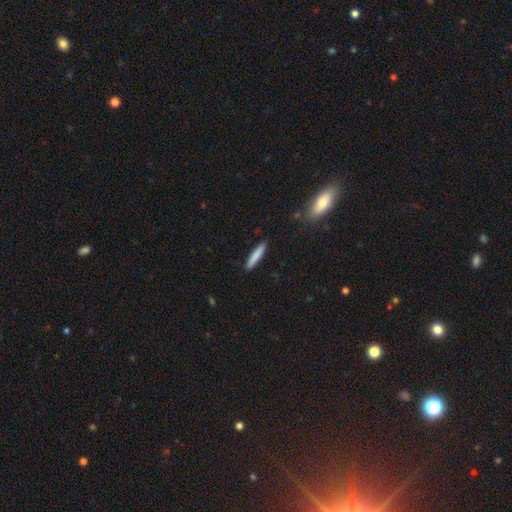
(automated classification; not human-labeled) A smooth galaxy with no disk features (81%) that is cigar-shaped (92%).

Vote fractions:
- Smooth or featured? smooth: 81% / featured or disk: 13% / star or artifact: 6%
- How rounded? cigar-shaped: 92% / in between: 7% / round: 1%
- Merging? none: 90% / minor disturbance: 7% / major disturbance: 2% / merger: 1%